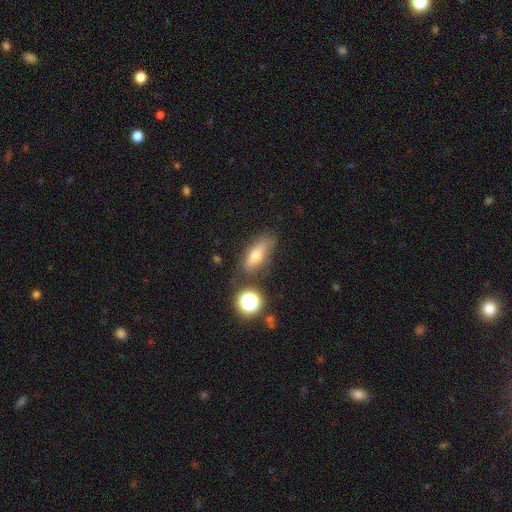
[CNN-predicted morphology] Overall: smooth (60%; featured or disk 27%). How rounded: in between (61%; cigar-shaped 31%). Merging: none (67%).